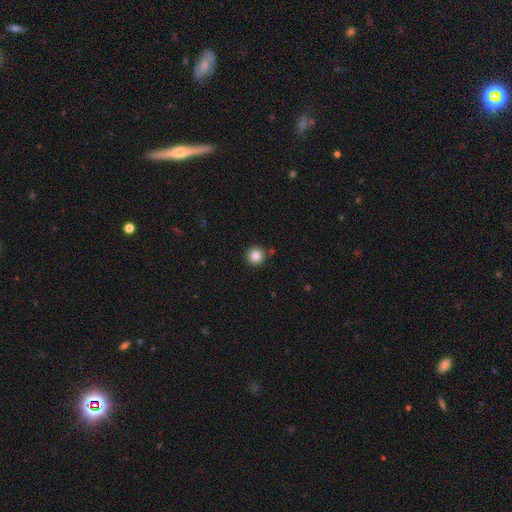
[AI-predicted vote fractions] The model was most divided on "smooth or featured": smooth: 84%, star or artifact: 10%, featured or disk: 5%. More confident: how rounded — round (95%); merging — none (88%).